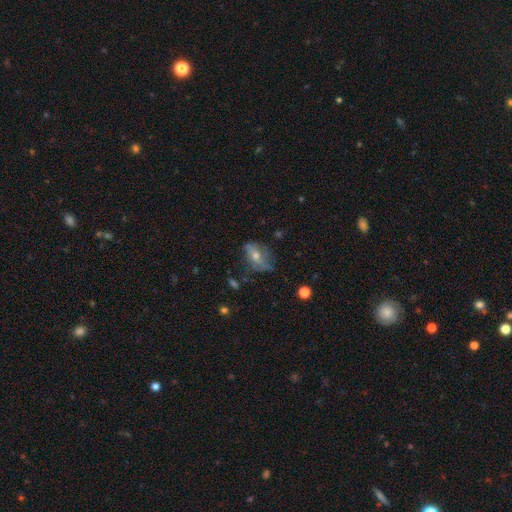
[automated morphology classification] smooth_or_featured: featured or disk (p=0.53) [alt: smooth p=0.34]
disk_edge_on: no (p=0.87) [alt: yes p=0.13]
merging: none (p=0.55) [alt: minor disturbance p=0.28]